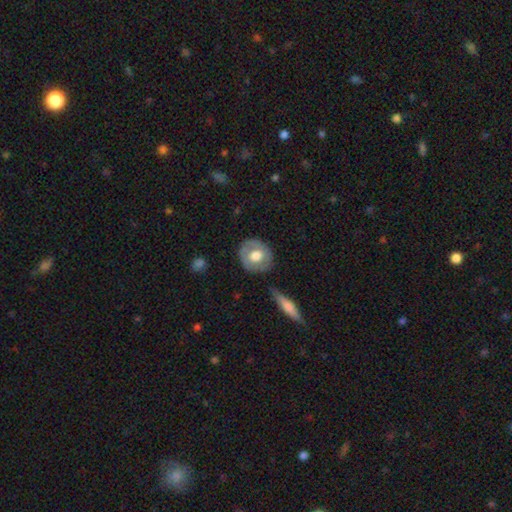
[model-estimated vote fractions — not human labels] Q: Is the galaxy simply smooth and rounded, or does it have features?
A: smooth — 55%.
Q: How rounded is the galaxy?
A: round — 82%.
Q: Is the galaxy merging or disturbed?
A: none — 78%.